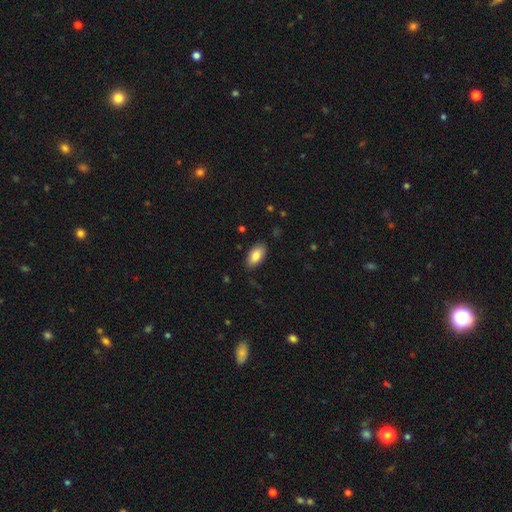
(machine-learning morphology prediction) The model was most divided on "merging": none: 86%, minor disturbance: 11%, major disturbance: 2%, merger: 1%. More confident: how rounded — in between (93%); smooth or featured — smooth (84%).